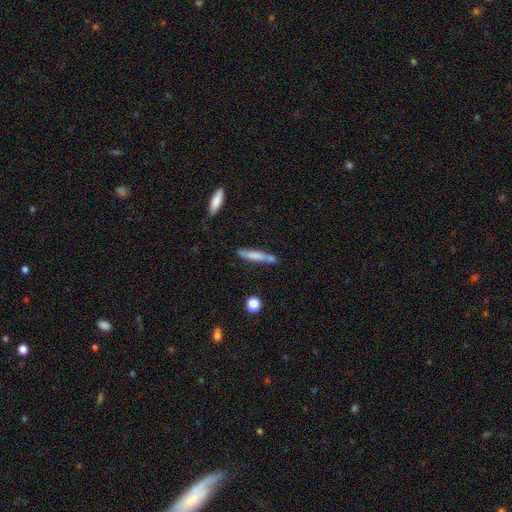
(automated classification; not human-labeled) Smooth or featured? smooth (69%)
How rounded? cigar-shaped (91%)
Merging? none (65%)